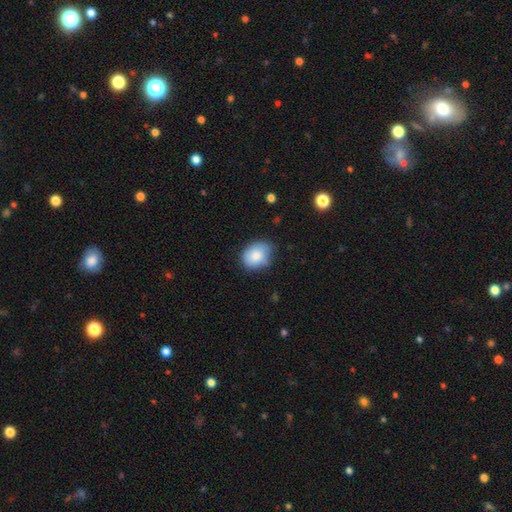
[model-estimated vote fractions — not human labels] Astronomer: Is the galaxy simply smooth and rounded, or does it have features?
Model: smooth — 84%.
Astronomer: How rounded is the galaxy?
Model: in between — 55% (runner-up: round, 44%).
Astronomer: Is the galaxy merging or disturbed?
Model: none — 64%.